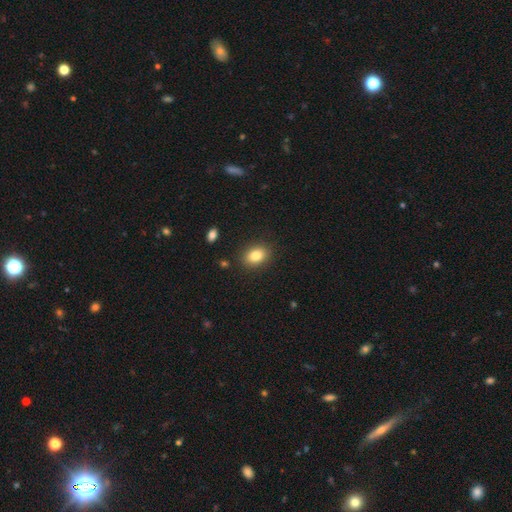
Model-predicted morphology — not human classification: Q: Smooth or featured?
A: smooth (84%); runner-up: star or artifact (9%)
Q: How rounded?
A: in between (73%); runner-up: round (26%)
Q: Merging?
A: none (87%); runner-up: minor disturbance (9%)